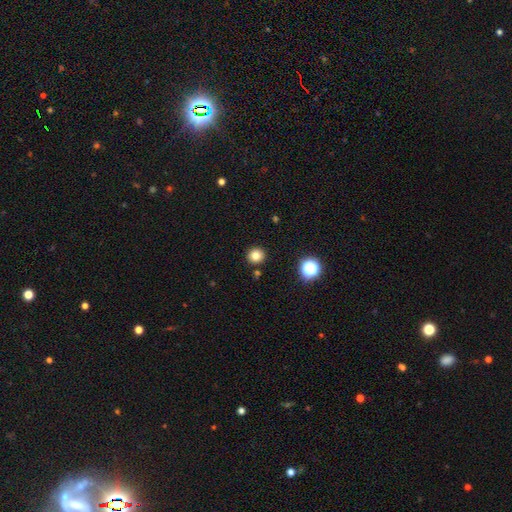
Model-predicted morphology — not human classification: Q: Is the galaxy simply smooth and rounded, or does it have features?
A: smooth — 80%.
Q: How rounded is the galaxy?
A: round — 92%.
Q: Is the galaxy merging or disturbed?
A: none — 90%.